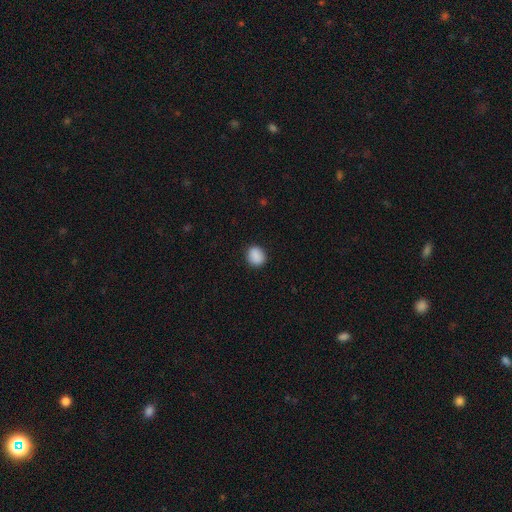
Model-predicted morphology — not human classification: The model was most divided on "how rounded": round: 68%, in between: 31%, cigar-shaped: 1%. More confident: smooth or featured — smooth (89%); merging — none (89%).